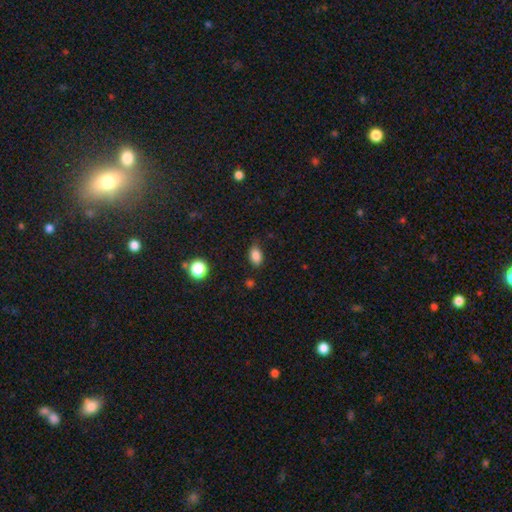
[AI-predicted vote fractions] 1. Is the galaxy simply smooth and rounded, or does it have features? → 85% smooth, 10% star or artifact, 5% featured or disk.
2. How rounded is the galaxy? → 84% in between, 15% round, 2% cigar-shaped.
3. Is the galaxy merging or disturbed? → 75% none, 19% minor disturbance, 4% major disturbance, 2% merger.